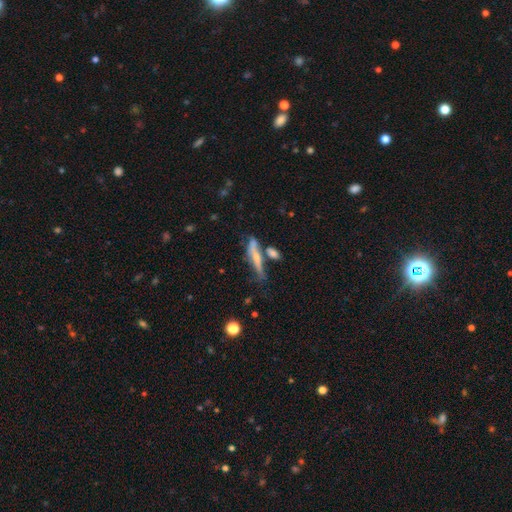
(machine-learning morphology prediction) A featured or disk galaxy (49%). Merging: none (49%).